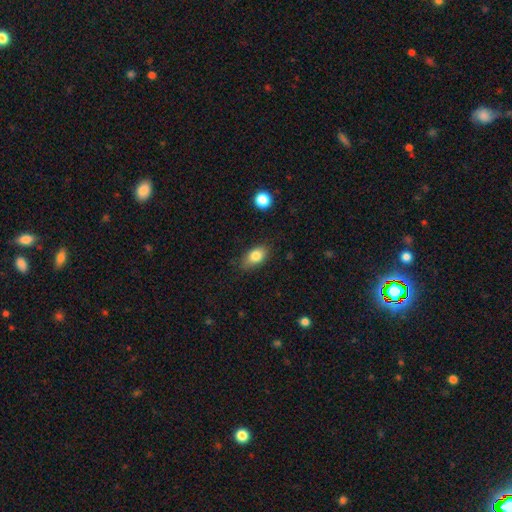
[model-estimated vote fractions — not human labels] A smooth galaxy with no disk features (81%) that is in between round and cigar-shaped (87%). Merging: none (80%).